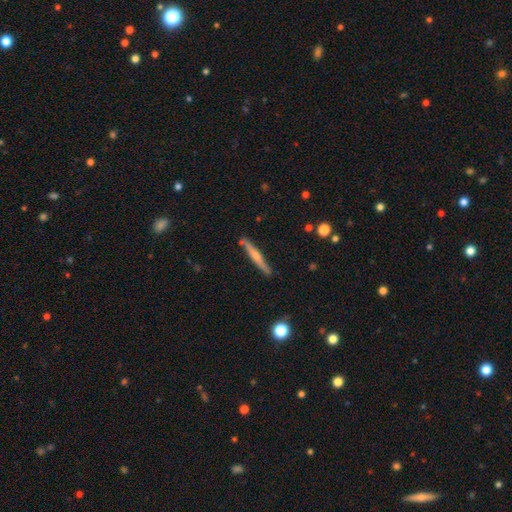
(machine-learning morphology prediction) Smooth or featured? Predicted: featured or disk (p=0.52). Edge-on disk? Predicted: yes (p=0.96). Merging? Predicted: none (p=0.84).